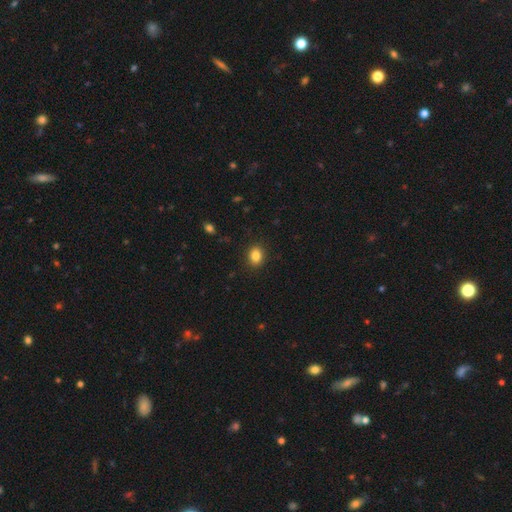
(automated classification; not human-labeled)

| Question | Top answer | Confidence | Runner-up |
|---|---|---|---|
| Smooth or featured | smooth | 85% | star or artifact (10%) |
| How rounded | in between | 56% | round (43%) |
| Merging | none | 89% | minor disturbance (8%) |